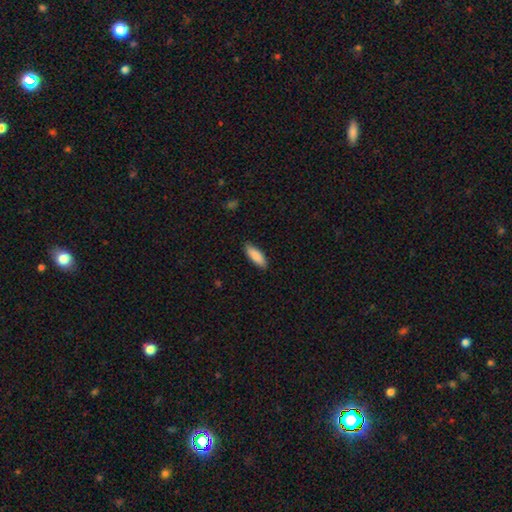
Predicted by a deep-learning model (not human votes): smooth_or_featured: smooth (p=0.89) [alt: featured or disk p=0.06]
how_rounded: in between (p=0.62) [alt: cigar-shaped p=0.37]
merging: none (p=0.88) [alt: minor disturbance p=0.09]